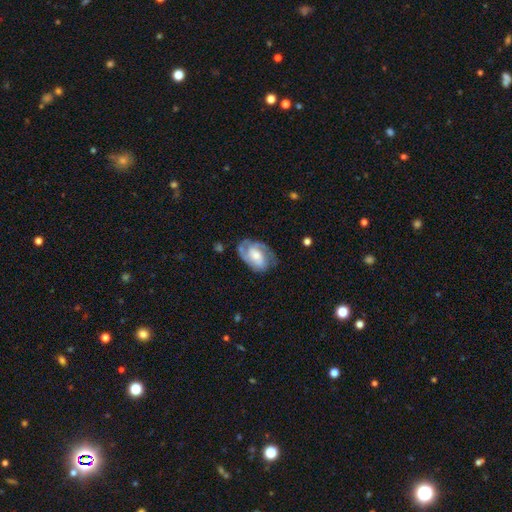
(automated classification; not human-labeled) A featured or disk galaxy (74%) with no bar (46%), 2 (66%) tight (45%) spiral arms (89%) and a moderate central bulge (49%).

Vote fractions:
- Smooth or featured? featured or disk: 74% / smooth: 20% / star or artifact: 5%
- Edge-on disk? no: 97% / yes: 3%
- Bar? no: 46% / weak: 39% / strong: 15%
- Spiral arms? yes: 89% / no: 11%
- Spiral winding? tight: 45% / medium: 42% / loose: 13%
- Spiral arm count? 2: 66% / can't tell: 16% / 3: 8% / 1: 6% / 4: 2% / more than 4: 2%
- Bulge size? moderate: 49% / small: 30% / large: 15% / none: 5% / dominant: 2%
- Merging? none: 65% / minor disturbance: 23% / major disturbance: 10% / merger: 2%